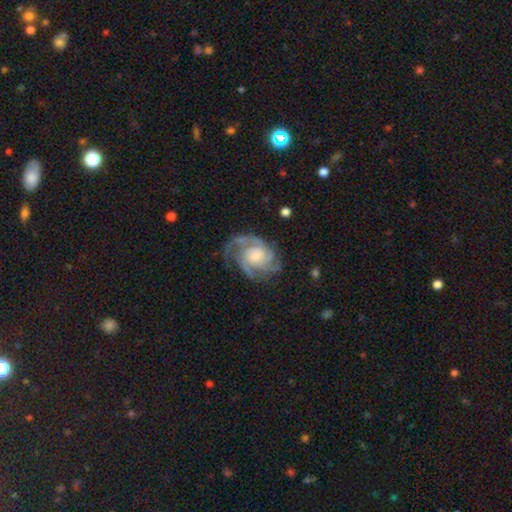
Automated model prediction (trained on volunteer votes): This is clearly a featured or disk galaxy (89%). It is clearly not viewed edge-on (98%). Bar: likely no (66%). Spiral arm pattern: clearly yes (98%). Spiral arm count: marginally 3 (37%). Spiral winding: possibly tight (52%). Central bulge: marginally moderate (45%). Merging: likely none (71%).